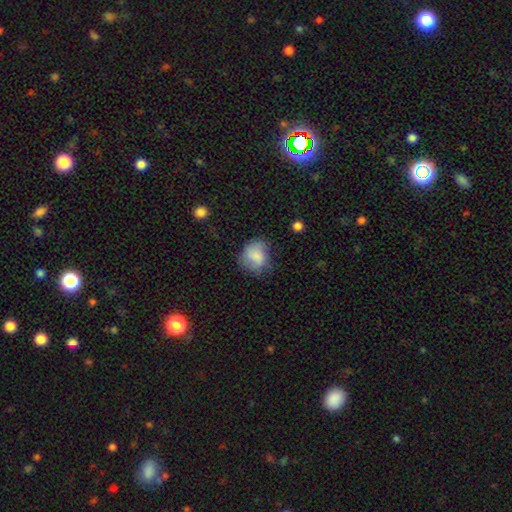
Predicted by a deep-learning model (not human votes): smooth-or-featured: smooth: 75% | featured or disk: 16% | star or artifact: 8%
  how-rounded: round: 63% | in between: 36% | cigar-shaped: 1%
  merging: none: 54% | minor disturbance: 30% | major disturbance: 14% | merger: 2%